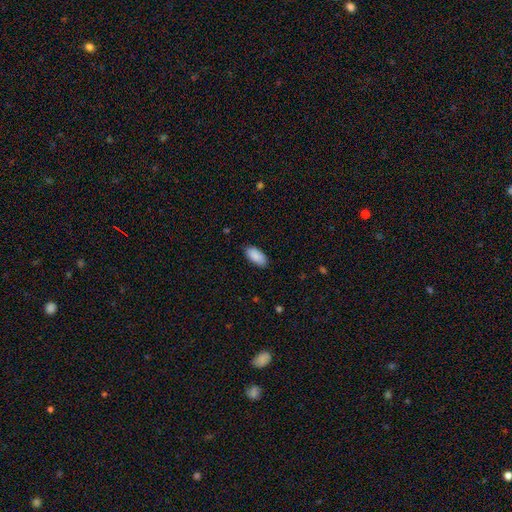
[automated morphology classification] Smooth or featured: smooth — 91% (star or artifact — 6%)
How rounded: in between — 92% (cigar-shaped — 7%)
Merging: none — 87% (minor disturbance — 10%)